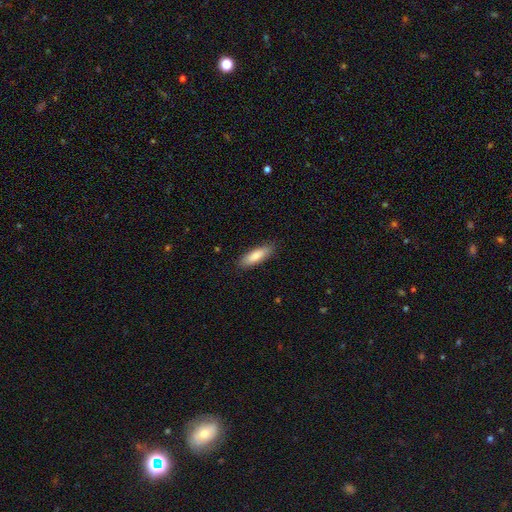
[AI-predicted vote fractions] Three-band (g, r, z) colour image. It shows a smooth galaxy with no disk features (83%) that is cigar-shaped (49%, tied with in between). Merging: none (86%).